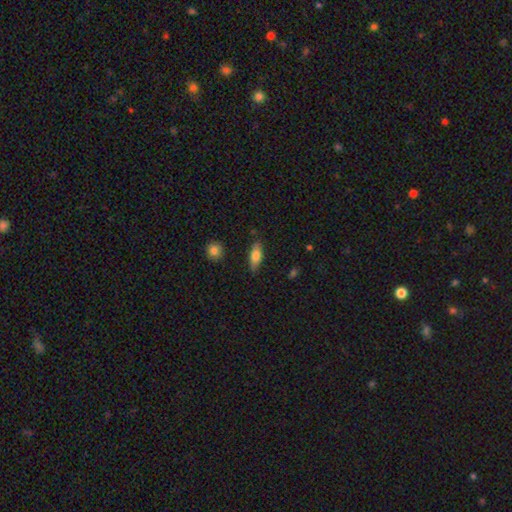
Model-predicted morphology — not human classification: smooth 73%, featured or disk 20%, star or artifact 7%. Down the decision tree: how rounded — in between (71%); merging — none (83%).